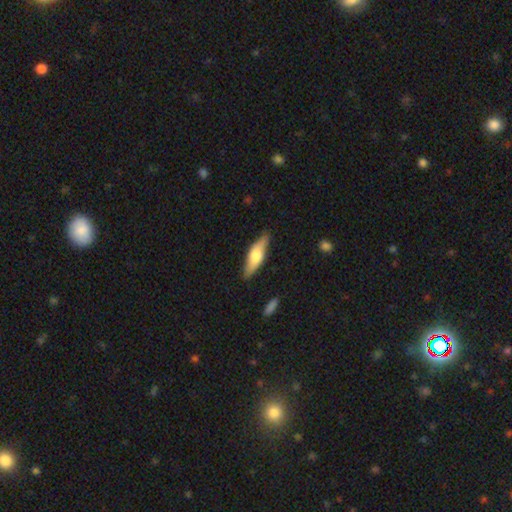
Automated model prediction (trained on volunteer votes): Smooth or featured?
  - smooth: 57% *
  - featured or disk: 38%
  - star or artifact: 5%
How rounded?
  - cigar-shaped: 51% *
  - in between: 46%
  - round: 2%
Merging?
  - none: 83% *
  - minor disturbance: 13%
  - major disturbance: 2%
  - merger: 1%